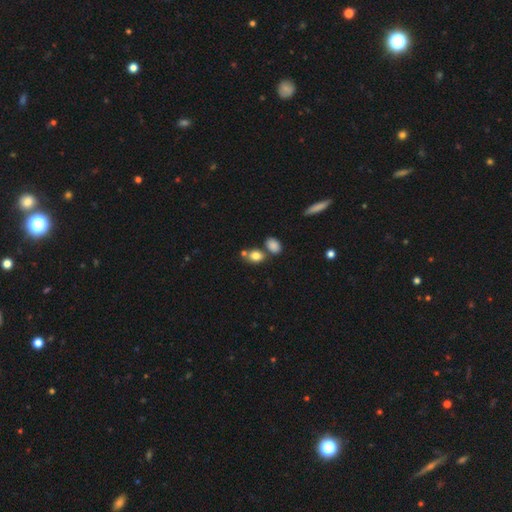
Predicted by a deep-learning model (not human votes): Smooth or featured? smooth (82%)
How rounded? in between (59%)
Merging? none (58%)